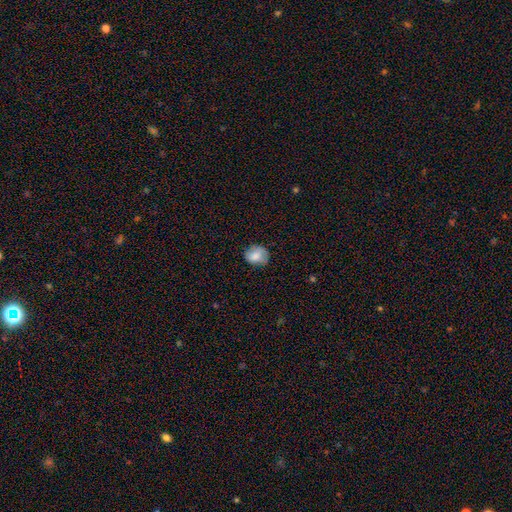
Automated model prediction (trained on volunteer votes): Morphology: type=smooth (78%); roundness=round (64%); merging=none (71%).